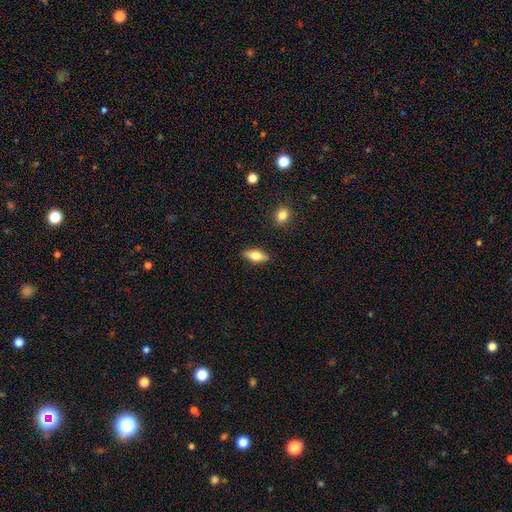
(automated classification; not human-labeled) Morphology: type=smooth (66%); roundness=in between (78%); merging=none (88%).